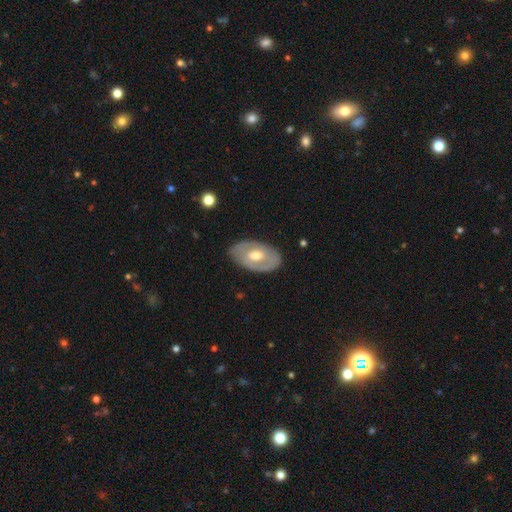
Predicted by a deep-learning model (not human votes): A featured or disk galaxy (59%) with no bar (61%), no spiral arms (67%) and a moderate central bulge (72%).

Vote fractions:
- Smooth or featured? featured or disk: 59% / smooth: 36% / star or artifact: 5%
- Edge-on disk? no: 90% / yes: 10%
- Bar? no: 61% / weak: 30% / strong: 9%
- Spiral arms? no: 67% / yes: 33%
- Bulge size? moderate: 72% / large: 14% / small: 12% / none: 1% / dominant: 1%
- Merging? none: 79% / minor disturbance: 16% / major disturbance: 4% / merger: 1%